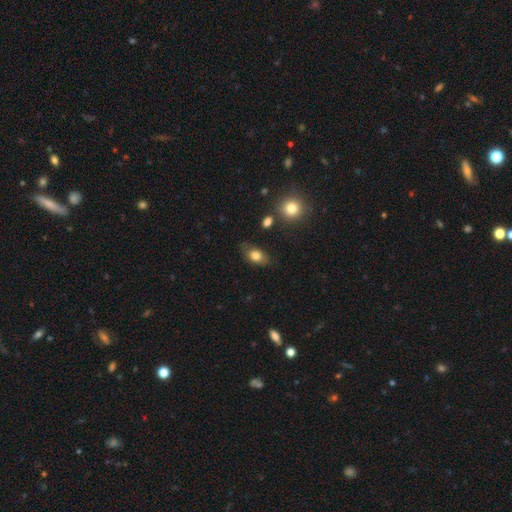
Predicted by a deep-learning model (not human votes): smooth 79%, featured or disk 13%, star or artifact 8%. Down the decision tree: how rounded — in between (84%); merging — none (75%).